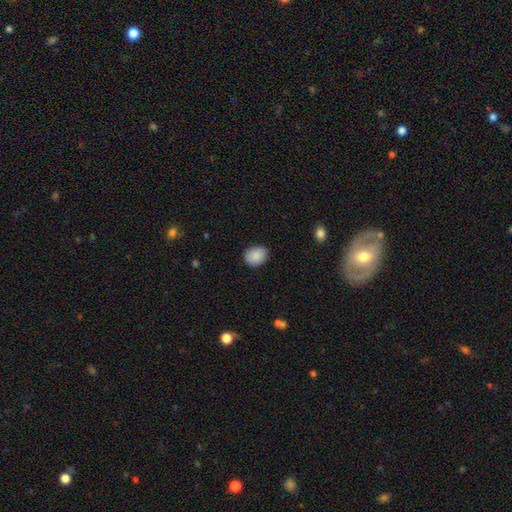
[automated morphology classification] Smooth or featured: smooth — 88% (star or artifact — 7%)
How rounded: in between — 53% (round — 46%)
Merging: none — 84% (minor disturbance — 13%)